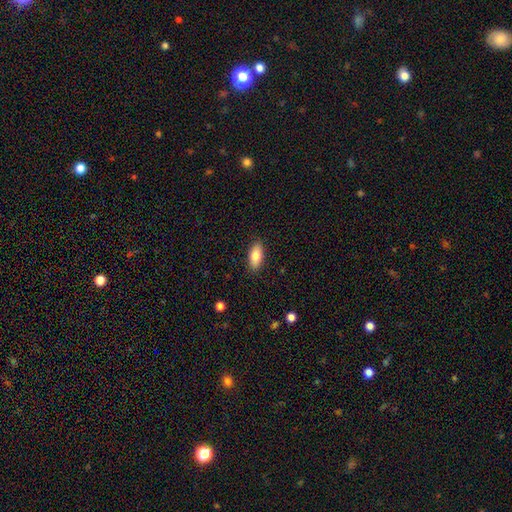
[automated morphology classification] Smooth or featured: smooth — 80% (featured or disk — 13%)
How rounded: in between — 87% (cigar-shaped — 10%)
Merging: none — 89% (minor disturbance — 8%)